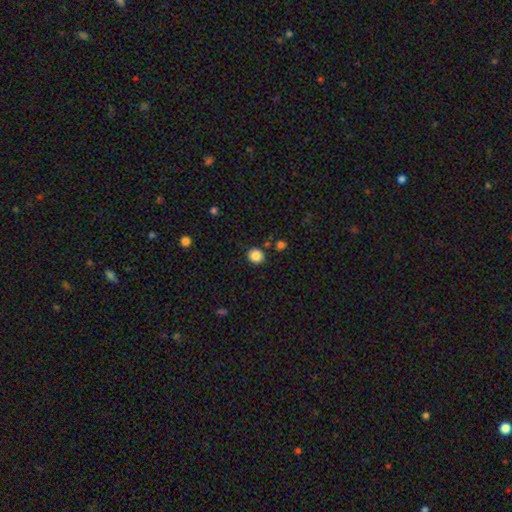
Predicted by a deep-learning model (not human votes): A smooth galaxy with no disk features (86%) that is round (85%).

Vote fractions:
- Smooth or featured? smooth: 86% / star or artifact: 10% / featured or disk: 4%
- How rounded? round: 85% / in between: 14% / cigar-shaped: 1%
- Merging? none: 88% / minor disturbance: 7% / merger: 3% / major disturbance: 2%